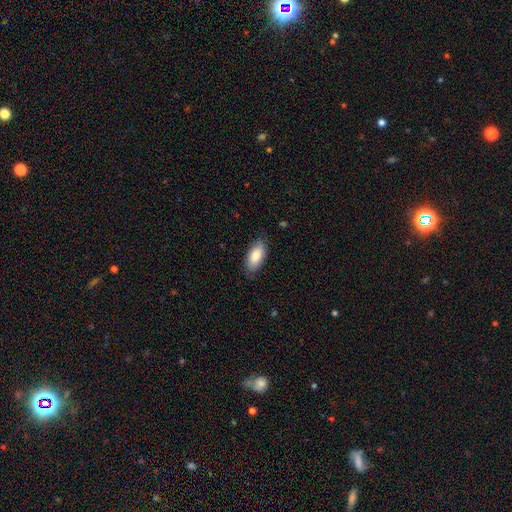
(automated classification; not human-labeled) Overall: smooth (85%). How rounded: in between (90%). Merging: none (82%).